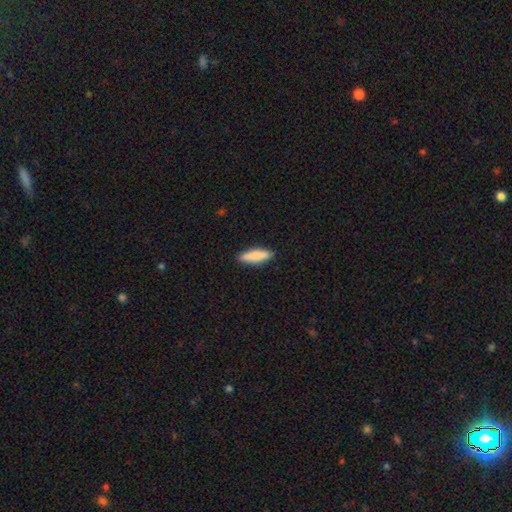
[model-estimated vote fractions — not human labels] A smooth galaxy with no disk features (82%) that is cigar-shaped (65%).

Vote fractions:
- Smooth or featured? smooth: 82% / featured or disk: 13% / star or artifact: 6%
- How rounded? cigar-shaped: 65% / in between: 33% / round: 2%
- Merging? none: 89% / minor disturbance: 8% / major disturbance: 2% / merger: 1%